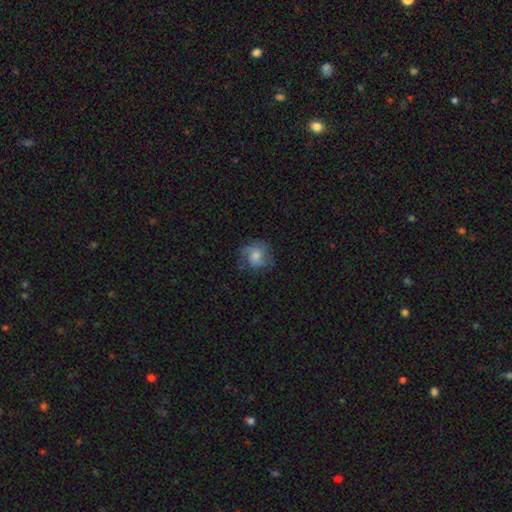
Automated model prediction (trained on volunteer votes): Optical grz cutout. It shows a smooth galaxy with no disk features (48%). Merging: none (65%).